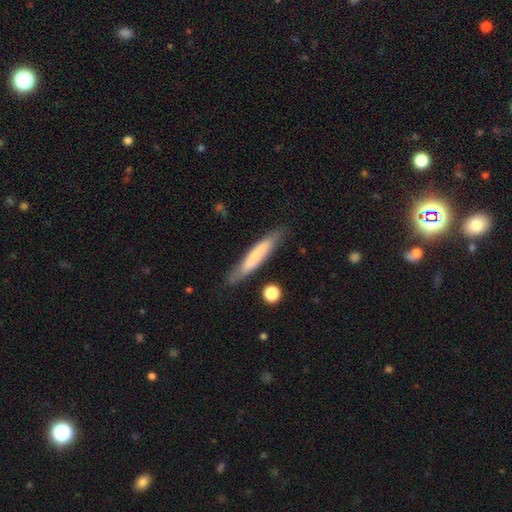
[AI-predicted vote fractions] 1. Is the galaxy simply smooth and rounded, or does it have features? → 64% smooth, 29% featured or disk, 6% star or artifact.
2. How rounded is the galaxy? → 91% cigar-shaped, 8% in between, 1% round.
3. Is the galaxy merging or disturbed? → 82% none, 13% minor disturbance, 3% major disturbance, 2% merger.